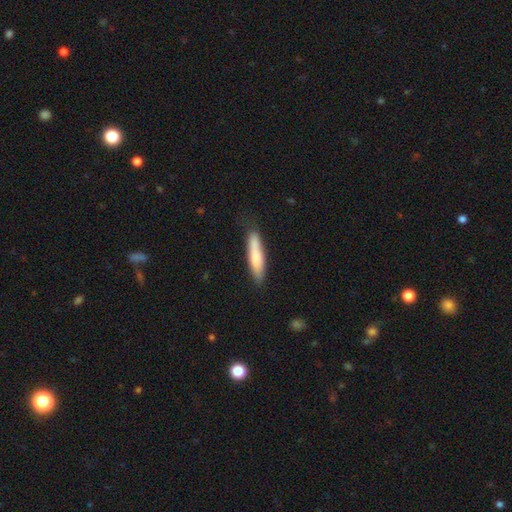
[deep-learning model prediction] Q: Smooth or featured?
A: smooth (77%); runner-up: featured or disk (17%)
Q: How rounded?
A: cigar-shaped (82%); runner-up: in between (17%)
Q: Merging?
A: none (77%); runner-up: minor disturbance (18%)